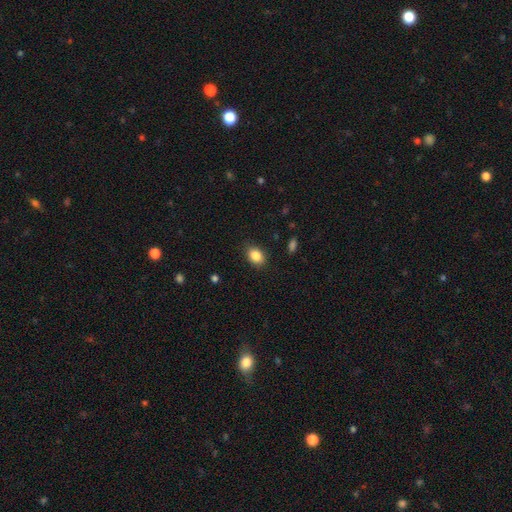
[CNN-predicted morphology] smooth_or_featured: smooth (p=0.86) [alt: star or artifact p=0.09]
how_rounded: in between (p=0.74) [alt: round p=0.25]
merging: none (p=0.86) [alt: minor disturbance p=0.11]